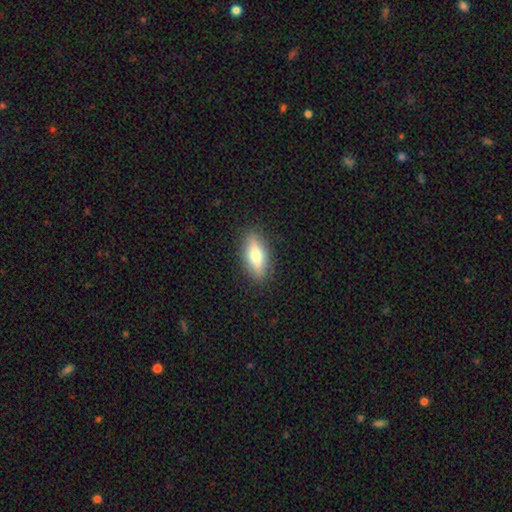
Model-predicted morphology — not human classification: A smooth galaxy with no disk features (60%) that is in between round and cigar-shaped (59%). Merging: none (88%).